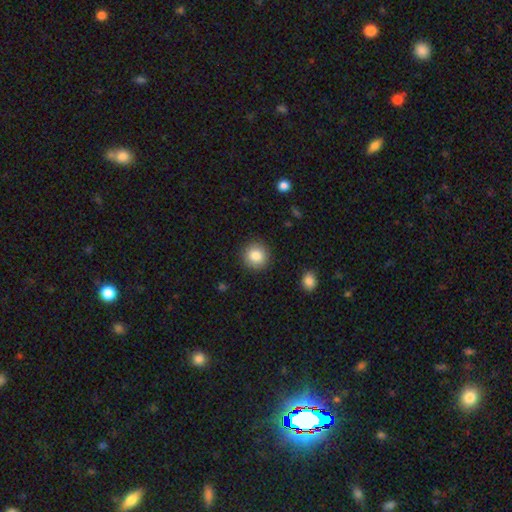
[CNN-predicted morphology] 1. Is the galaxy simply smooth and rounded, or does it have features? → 84% smooth, 9% star or artifact, 7% featured or disk.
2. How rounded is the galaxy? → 94% round, 5% in between, 1% cigar-shaped.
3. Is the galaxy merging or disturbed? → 90% none, 6% minor disturbance, 2% major disturbance, 1% merger.